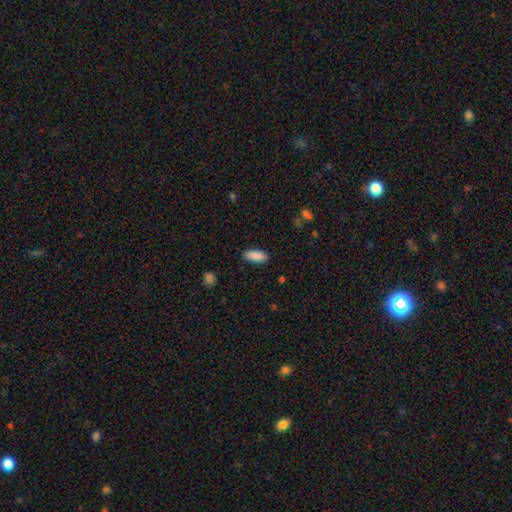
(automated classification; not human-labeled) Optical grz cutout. It shows a smooth galaxy with no disk features (90%) that is in between round and cigar-shaped (81%). Merging: none (89%).